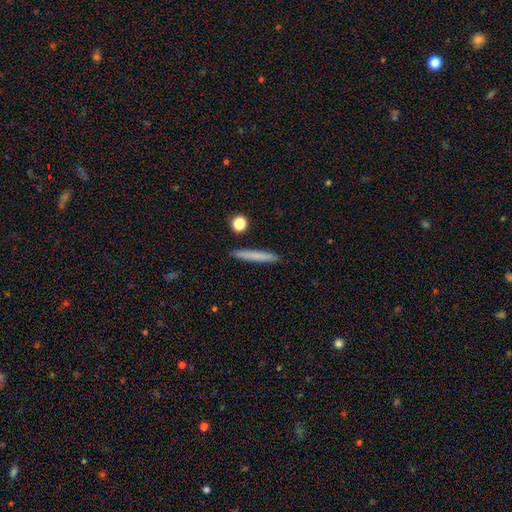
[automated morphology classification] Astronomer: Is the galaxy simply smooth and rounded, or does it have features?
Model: smooth — 72%.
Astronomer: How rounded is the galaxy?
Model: cigar-shaped — 95%.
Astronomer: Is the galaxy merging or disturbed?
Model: none — 90%.